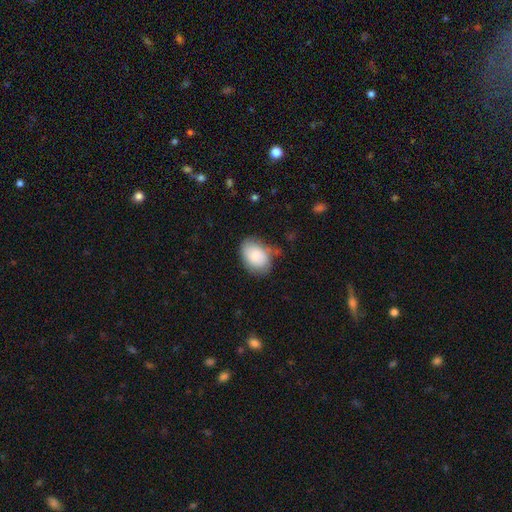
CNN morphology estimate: This is likely a smooth galaxy (79%). How rounded: clearly in between (81%). Merging: likely none (61%).